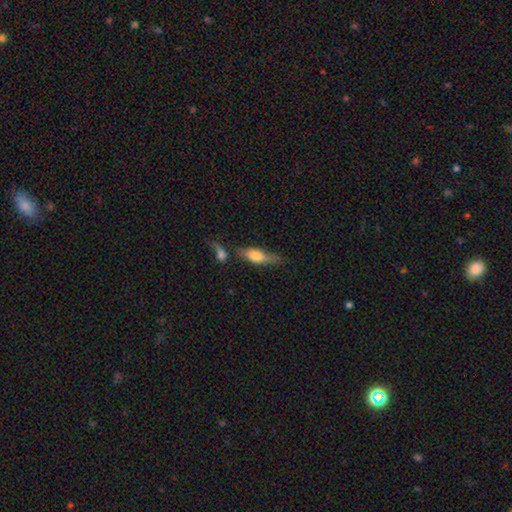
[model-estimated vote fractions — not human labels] smooth 60%, featured or disk 33%, star or artifact 7%. Down the decision tree: how rounded — in between (51%); merging — none (46%).